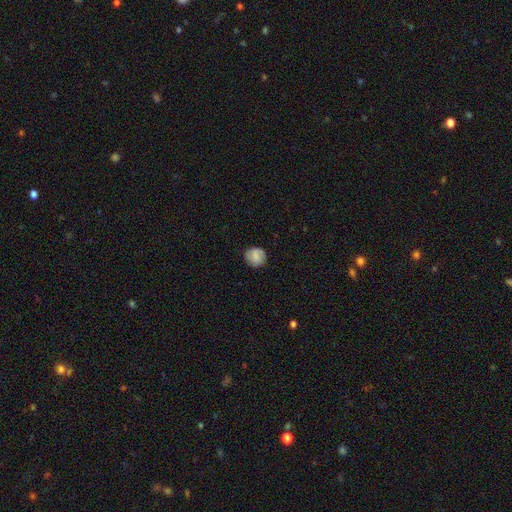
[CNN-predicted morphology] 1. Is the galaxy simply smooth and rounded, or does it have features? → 68% smooth, 24% featured or disk, 9% star or artifact.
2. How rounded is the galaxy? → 84% round, 15% in between, 1% cigar-shaped.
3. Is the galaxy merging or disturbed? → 83% none, 12% minor disturbance, 3% major disturbance, 1% merger.